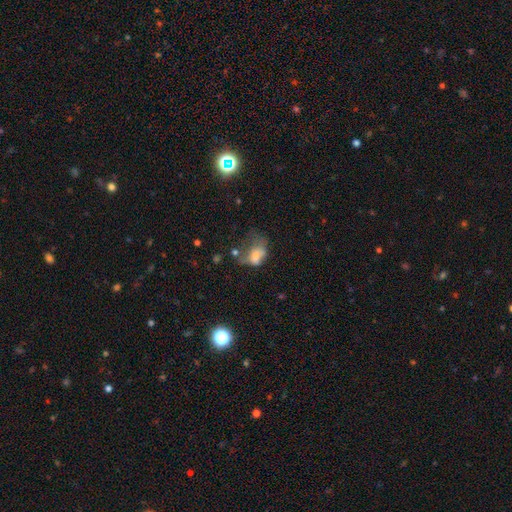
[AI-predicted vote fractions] This appears to be a smooth galaxy with no disk features (58%) that is in between round and cigar-shaped (75%). Merging: major disturbance (48%).